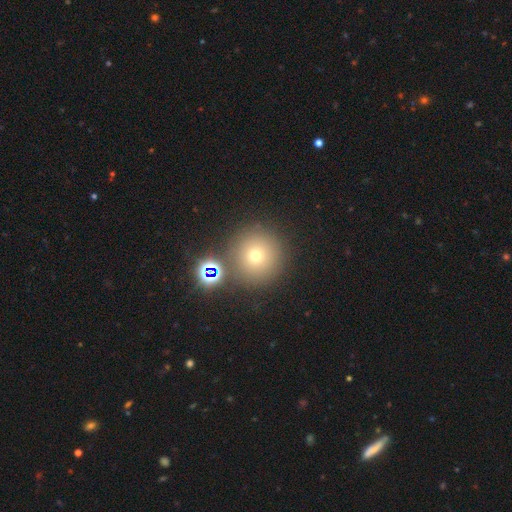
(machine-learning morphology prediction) This appears to be a smooth galaxy with no disk features (69%) that is round (95%). Merging: none (82%).